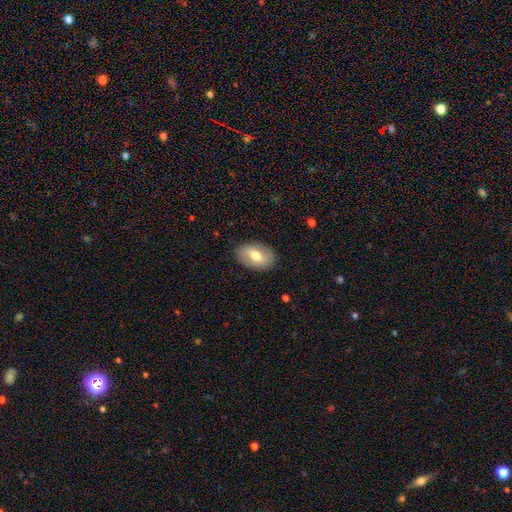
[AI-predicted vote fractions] smooth 62%, featured or disk 32%, star or artifact 6%. Down the decision tree: how rounded — in between (90%); merging — none (87%).